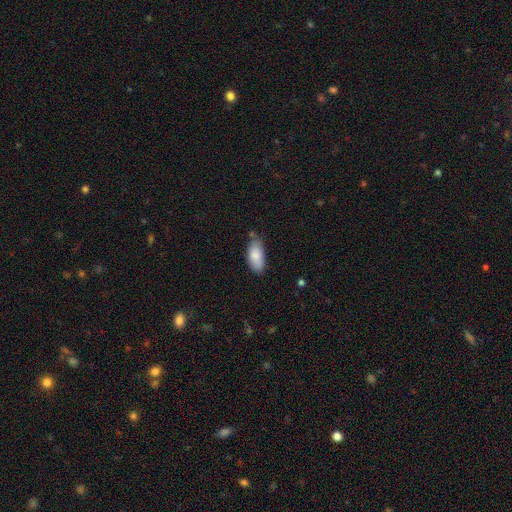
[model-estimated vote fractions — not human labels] Smooth or featured? Predicted: smooth (p=0.85). How rounded? Predicted: in between (p=0.90). Merging? Predicted: none (p=0.66).